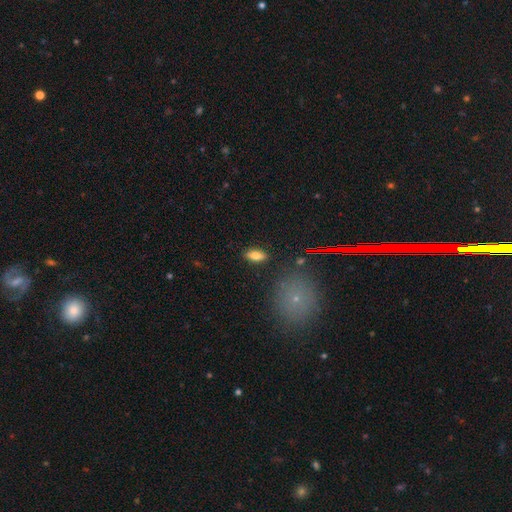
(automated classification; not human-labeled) Morphology: type=smooth (72%); roundness=in between (80%); merging=none (87%).